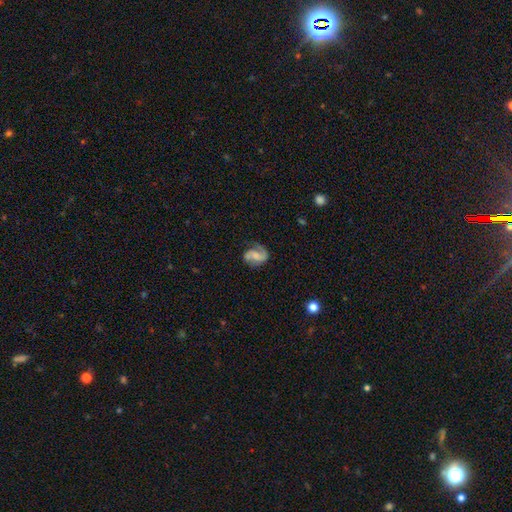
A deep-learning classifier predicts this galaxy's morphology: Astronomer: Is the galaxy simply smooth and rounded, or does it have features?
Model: featured or disk — 74%.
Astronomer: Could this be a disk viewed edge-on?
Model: no — 98%.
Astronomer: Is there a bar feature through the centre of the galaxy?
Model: no — 42% (runner-up: weak, 41%).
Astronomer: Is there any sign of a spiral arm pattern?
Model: yes — 94%.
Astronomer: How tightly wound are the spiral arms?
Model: medium — 45% (runner-up: loose, 36%).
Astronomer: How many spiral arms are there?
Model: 2 — 79%.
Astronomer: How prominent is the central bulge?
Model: none — 38% (runner-up: small, 30%).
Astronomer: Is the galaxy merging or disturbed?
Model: none — 62%.